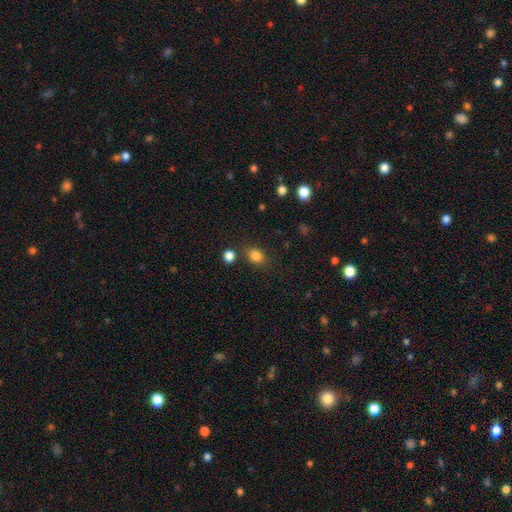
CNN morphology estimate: A smooth galaxy with no disk features (84%) that is in between round and cigar-shaped (52%).

Vote fractions:
- Smooth or featured? smooth: 84% / star or artifact: 11% / featured or disk: 5%
- How rounded? in between: 52% / round: 47% / cigar-shaped: 1%
- Merging? none: 78% / minor disturbance: 12% / merger: 7% / major disturbance: 4%